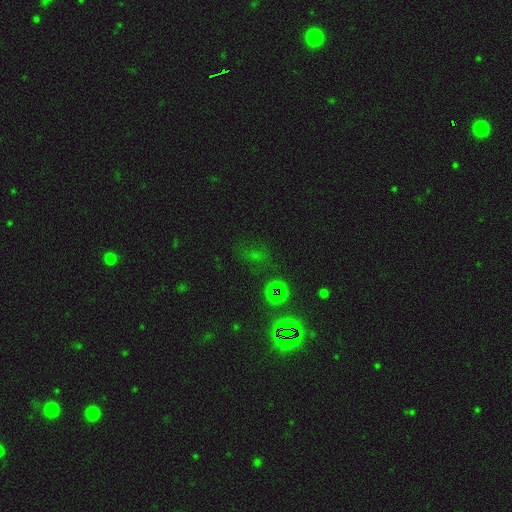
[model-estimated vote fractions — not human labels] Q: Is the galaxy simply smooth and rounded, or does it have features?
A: star or artifact — 60%.